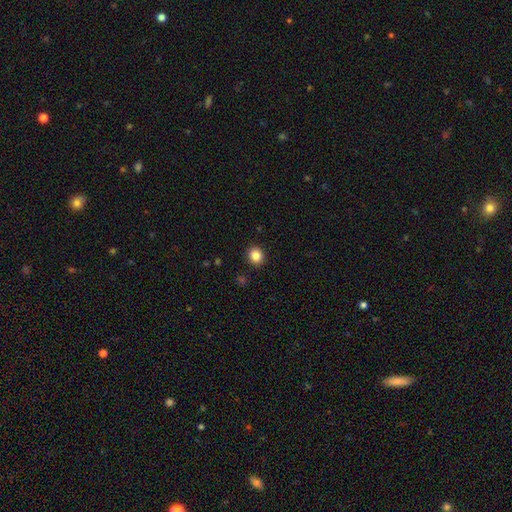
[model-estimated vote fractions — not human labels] Q: Smooth or featured?
A: smooth (85%); runner-up: star or artifact (11%)
Q: How rounded?
A: round (81%); runner-up: in between (18%)
Q: Merging?
A: none (92%); runner-up: minor disturbance (5%)